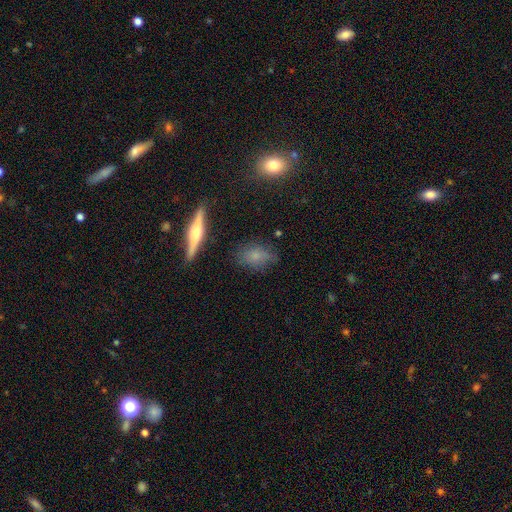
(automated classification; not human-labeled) Smooth or featured? smooth (67%)
How rounded? in between (76%)
Merging? none (72%)